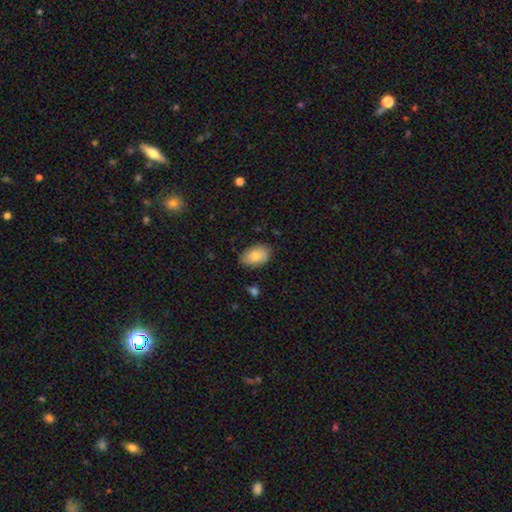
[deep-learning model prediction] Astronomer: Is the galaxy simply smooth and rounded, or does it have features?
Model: smooth — 77%.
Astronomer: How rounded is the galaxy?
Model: in between — 89%.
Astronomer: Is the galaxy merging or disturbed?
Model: none — 80%.